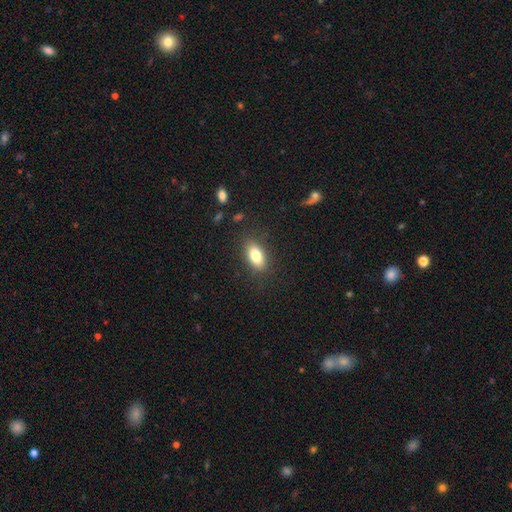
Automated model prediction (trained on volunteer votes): smooth_or_featured: smooth (p=0.80) [alt: featured or disk p=0.12]
how_rounded: in between (p=0.87) [alt: cigar-shaped p=0.07]
merging: none (p=0.84) [alt: minor disturbance p=0.11]